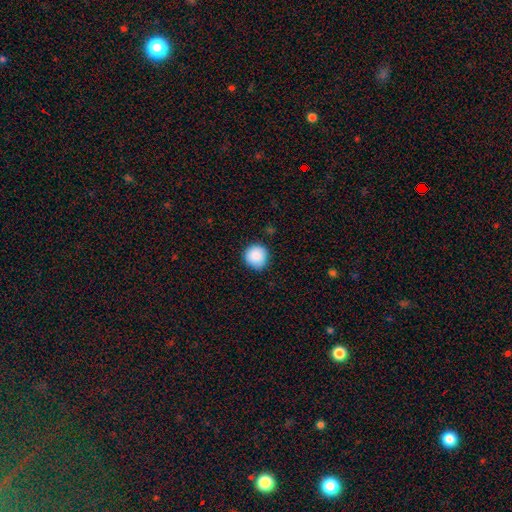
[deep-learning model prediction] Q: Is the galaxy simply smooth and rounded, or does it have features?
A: smooth — 88%.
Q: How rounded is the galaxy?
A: round — 93%.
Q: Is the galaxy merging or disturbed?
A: none — 87%.